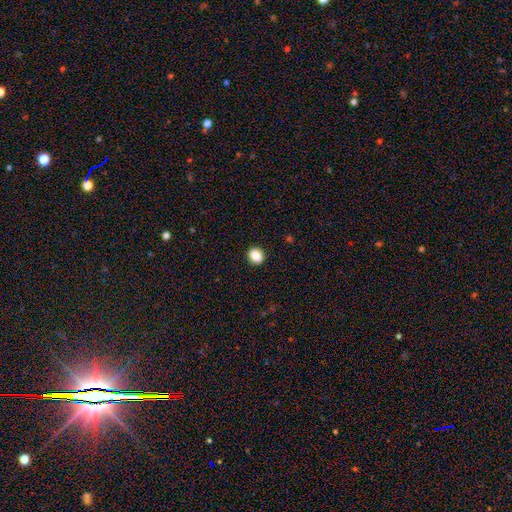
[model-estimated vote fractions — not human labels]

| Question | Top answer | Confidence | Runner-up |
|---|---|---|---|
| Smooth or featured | smooth | 86% | star or artifact (9%) |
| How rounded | round | 71% | in between (28%) |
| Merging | none | 92% | minor disturbance (6%) |